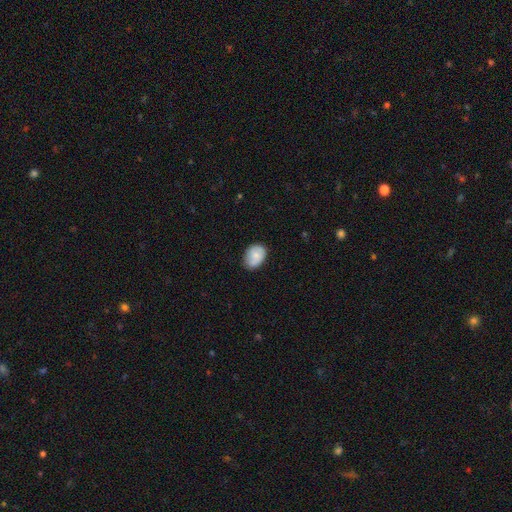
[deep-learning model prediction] This appears to be a smooth galaxy with no disk features (75%) that is in between round and cigar-shaped (71%). Merging: none (71%).